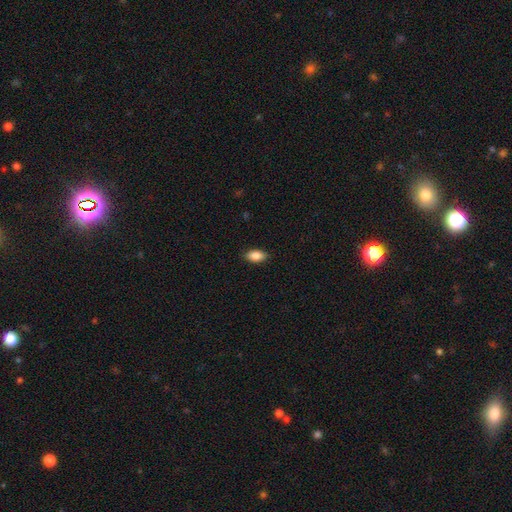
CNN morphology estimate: Smooth or featured?
  - smooth: 87% *
  - star or artifact: 7%
  - featured or disk: 6%
How rounded?
  - in between: 91% *
  - round: 5%
  - cigar-shaped: 4%
Merging?
  - none: 88% *
  - minor disturbance: 9%
  - major disturbance: 2%
  - merger: 1%